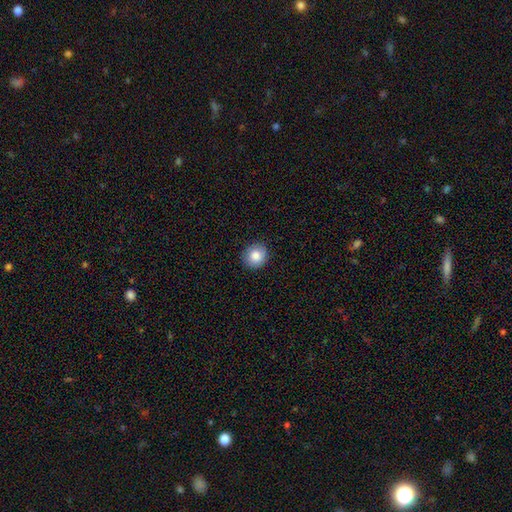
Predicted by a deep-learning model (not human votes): Smooth or featured? smooth (84%)
How rounded? round (85%)
Merging? none (88%)